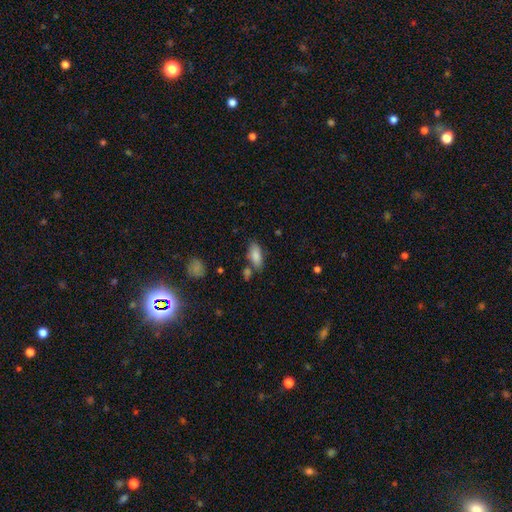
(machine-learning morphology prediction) A smooth galaxy with no disk features (84%) that is in between round and cigar-shaped (84%).

Vote fractions:
- Smooth or featured? smooth: 84% / featured or disk: 9% / star or artifact: 7%
- How rounded? in between: 84% / cigar-shaped: 13% / round: 3%
- Merging? none: 68% / minor disturbance: 16% / merger: 12% / major disturbance: 4%